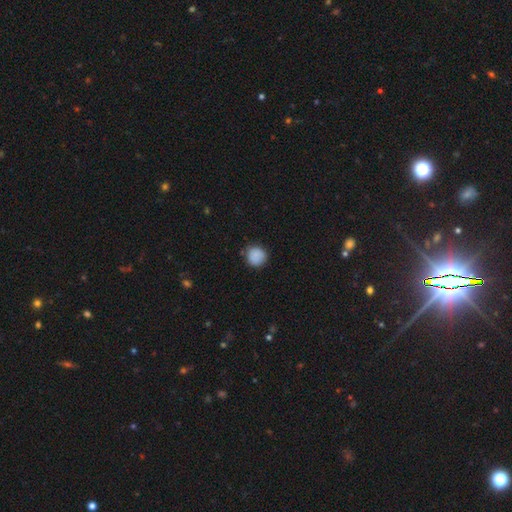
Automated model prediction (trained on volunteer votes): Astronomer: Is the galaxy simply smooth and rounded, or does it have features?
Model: smooth — 87%.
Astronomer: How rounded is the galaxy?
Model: round — 92%.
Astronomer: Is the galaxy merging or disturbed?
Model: none — 83%.